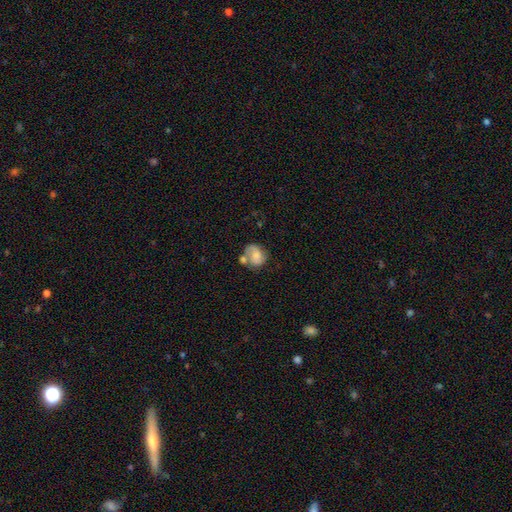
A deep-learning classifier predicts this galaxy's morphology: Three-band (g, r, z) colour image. It shows a smooth galaxy with no disk features (58%) that is round (60%). Merging: none (34%).